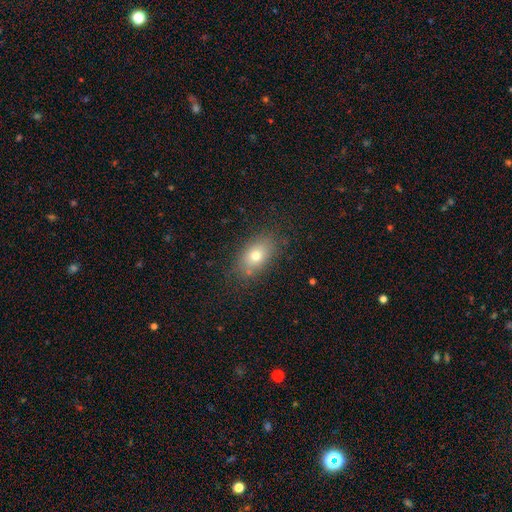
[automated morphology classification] A smooth galaxy with no disk features (72%) that is in between round and cigar-shaped (81%). Merging: none (81%).